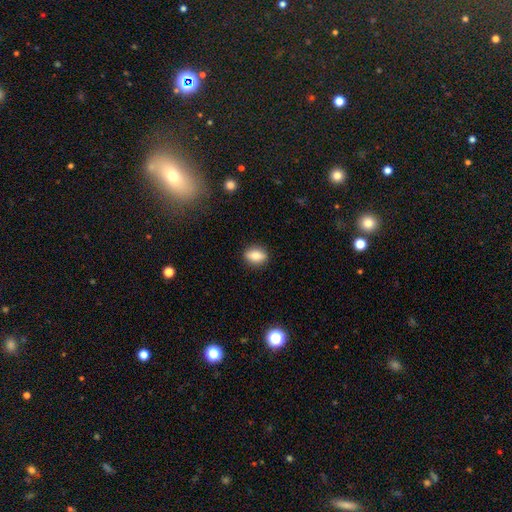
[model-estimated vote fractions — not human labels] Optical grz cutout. It shows a smooth galaxy with no disk features (81%) that is in between round and cigar-shaped (72%). Merging: none (87%).